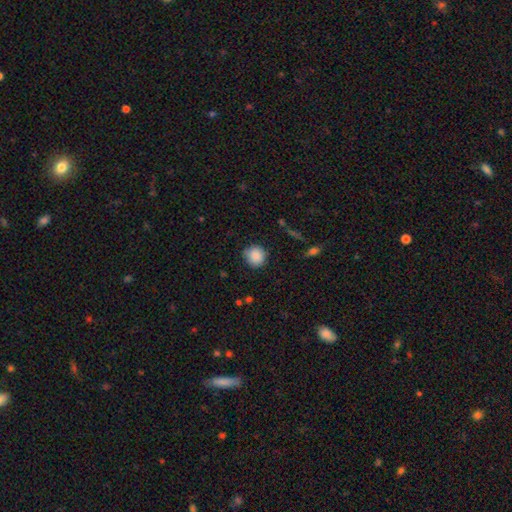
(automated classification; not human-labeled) smooth 88%, star or artifact 8%, featured or disk 4%. Down the decision tree: how rounded — round (89%); merging — none (82%).